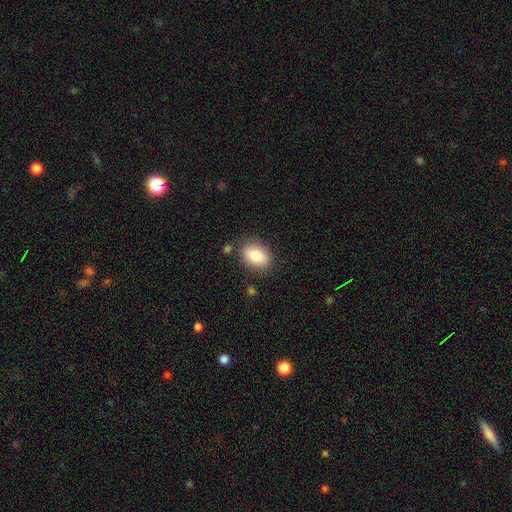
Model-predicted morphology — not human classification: Smooth or featured? Predicted: smooth (p=0.83). How rounded? Predicted: in between (p=0.81). Merging? Predicted: none (p=0.82).